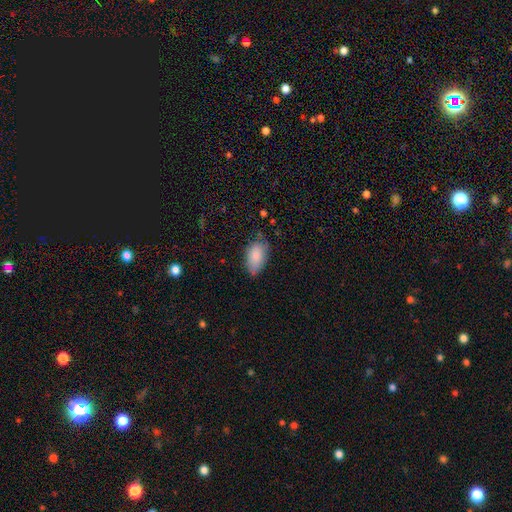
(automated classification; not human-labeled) smooth 84%, featured or disk 10%, star or artifact 7%. Down the decision tree: how rounded — in between (93%); merging — none (61%).